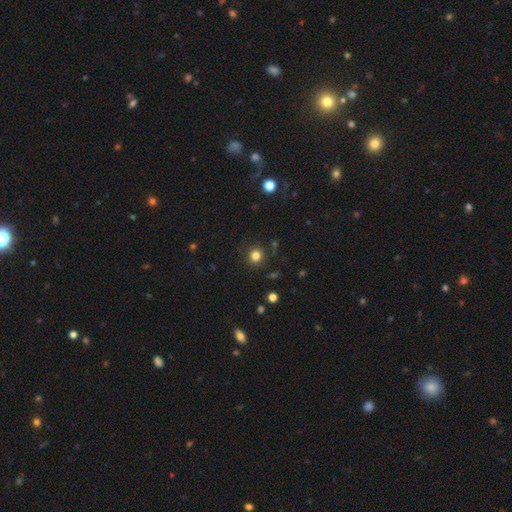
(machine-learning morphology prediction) smooth_or_featured: smooth (p=0.81) [alt: star or artifact p=0.14]
how_rounded: round (p=0.93) [alt: in between p=0.06]
merging: none (p=0.90) [alt: minor disturbance p=0.06]